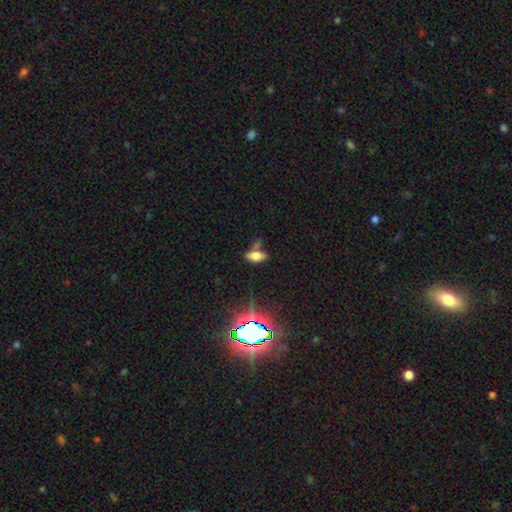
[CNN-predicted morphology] A smooth galaxy with no disk features (65%) that is in between round and cigar-shaped (86%).

Vote fractions:
- Smooth or featured? smooth: 65% / star or artifact: 18% / featured or disk: 17%
- How rounded? in between: 86% / cigar-shaped: 9% / round: 5%
- Merging? none: 46% / merger: 24% / minor disturbance: 20% / major disturbance: 10%